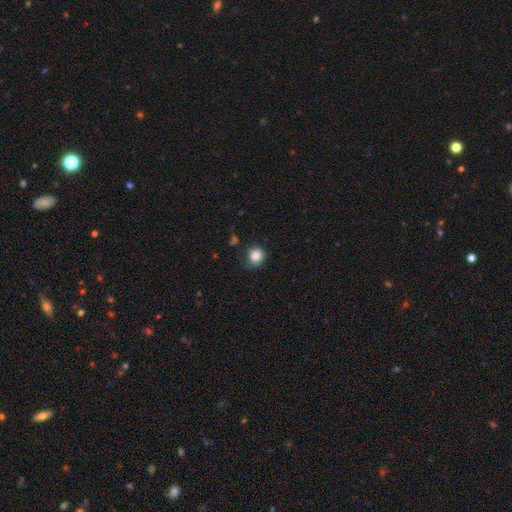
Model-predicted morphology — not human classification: Overall: smooth (84%). How rounded: round (83%). Merging: none (62%; minor disturbance 28%).